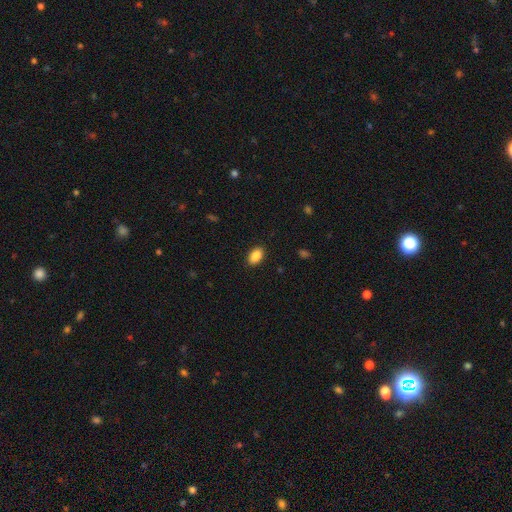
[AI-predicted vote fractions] Smooth or featured? smooth (89%)
How rounded? in between (92%)
Merging? none (89%)